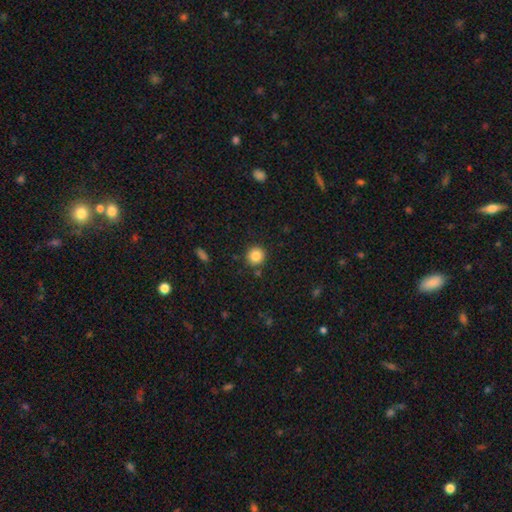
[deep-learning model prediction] Q: Smooth or featured?
A: smooth (85%); runner-up: star or artifact (10%)
Q: How rounded?
A: round (93%); runner-up: in between (6%)
Q: Merging?
A: none (87%); runner-up: minor disturbance (7%)